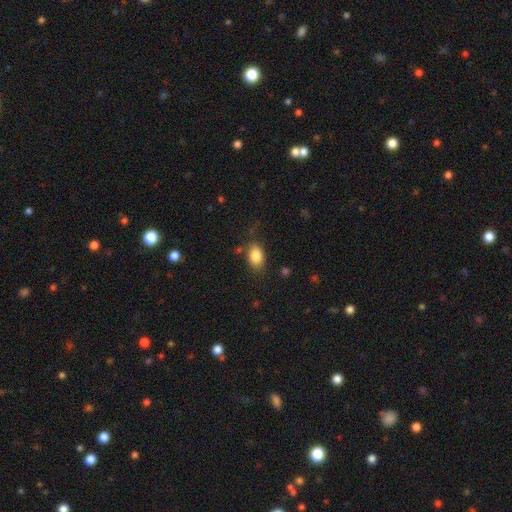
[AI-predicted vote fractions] The model was most divided on "merging": none: 79%, minor disturbance: 14%, major disturbance: 4%, merger: 2%. More confident: smooth or featured — smooth (85%); how rounded — in between (85%).